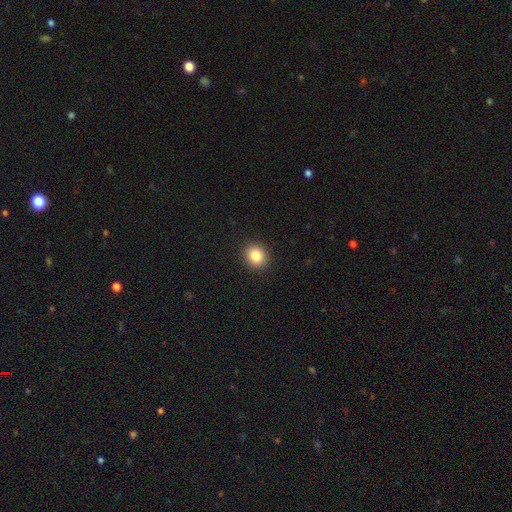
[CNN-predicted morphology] A smooth galaxy with no disk features (85%) that is round (76%).

Vote fractions:
- Smooth or featured? smooth: 85% / star or artifact: 10% / featured or disk: 5%
- How rounded? round: 76% / in between: 23% / cigar-shaped: 1%
- Merging? none: 92% / minor disturbance: 5% / major disturbance: 2% / merger: 1%